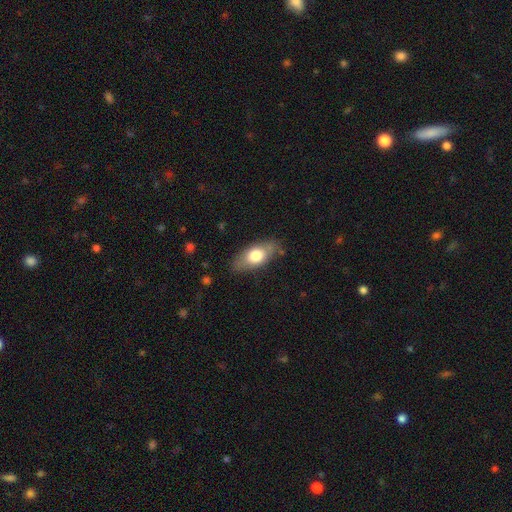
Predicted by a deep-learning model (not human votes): Smooth or featured? smooth (68%)
How rounded? in between (86%)
Merging? none (78%)